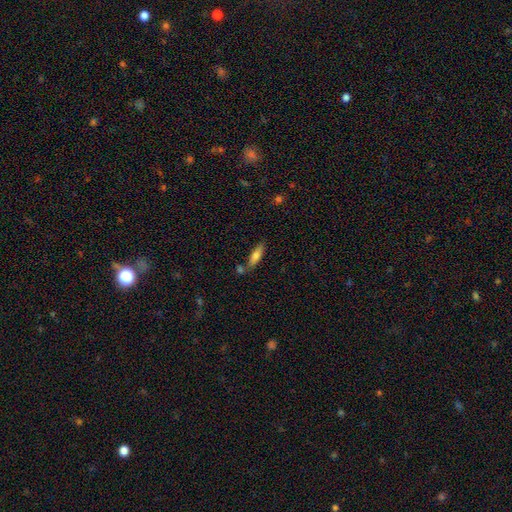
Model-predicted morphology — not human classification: smooth_or_featured: smooth (p=0.73) [alt: featured or disk p=0.20]
how_rounded: cigar-shaped (p=0.59) [alt: in between p=0.39]
merging: none (p=0.68) [alt: minor disturbance p=0.14]